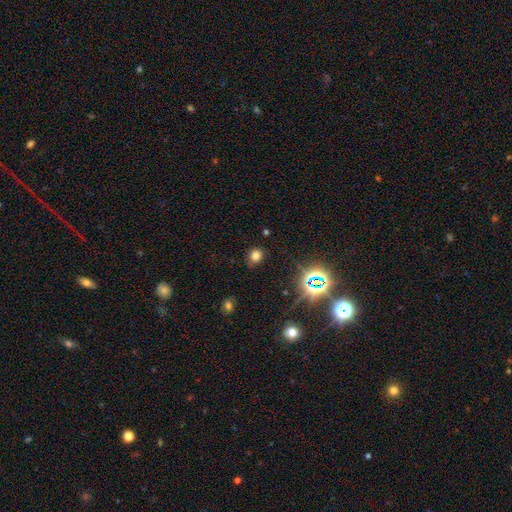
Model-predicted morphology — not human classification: A smooth galaxy with no disk features (69%) that is round (73%).

Vote fractions:
- Smooth or featured? smooth: 69% / star or artifact: 24% / featured or disk: 7%
- How rounded? round: 73% / in between: 26% / cigar-shaped: 1%
- Merging? none: 82% / minor disturbance: 12% / major disturbance: 4% / merger: 2%